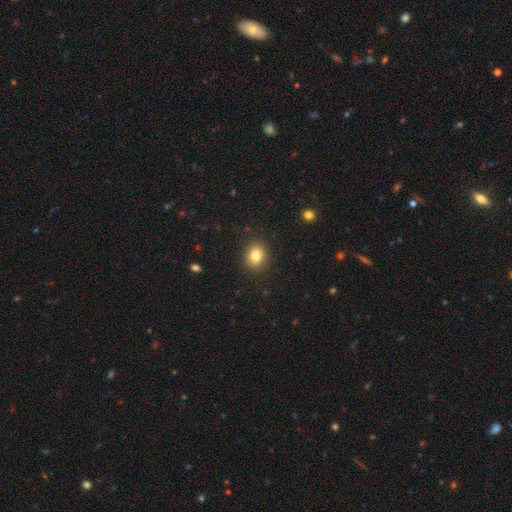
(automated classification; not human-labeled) This appears to be a smooth galaxy with no disk features (82%) that is round (61%). Merging: none (88%).